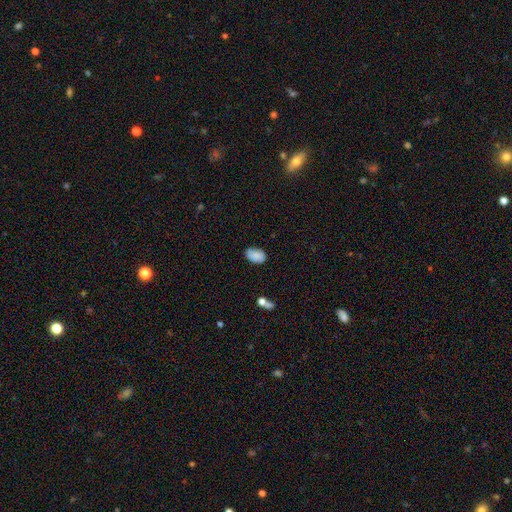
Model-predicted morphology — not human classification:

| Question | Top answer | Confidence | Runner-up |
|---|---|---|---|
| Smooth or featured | smooth | 84% | featured or disk (8%) |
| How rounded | in between | 91% | round (8%) |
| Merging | none | 76% | minor disturbance (19%) |